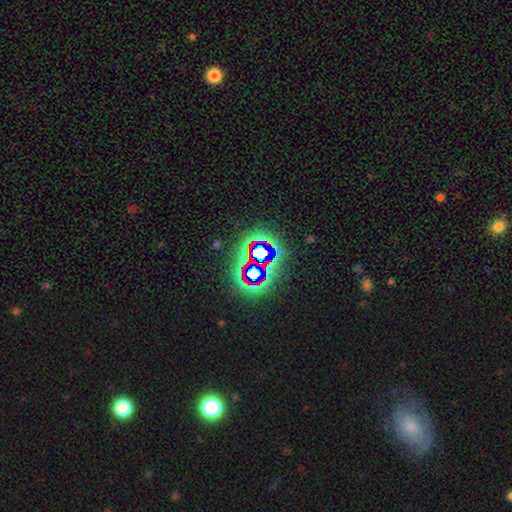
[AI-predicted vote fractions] Smooth or featured? star or artifact (71%)